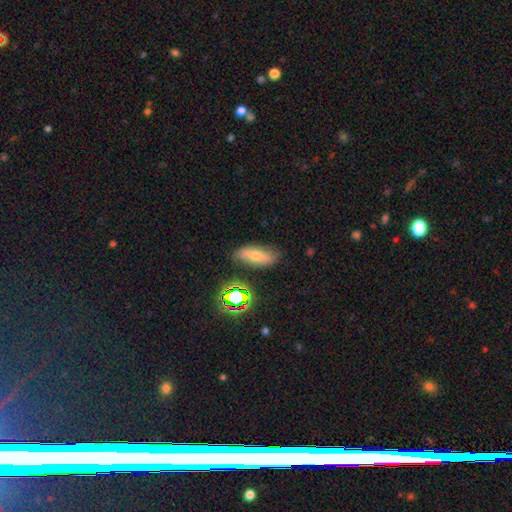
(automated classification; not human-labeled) Q: Smooth or featured?
A: smooth (50%); runner-up: featured or disk (30%)
Q: Merging?
A: none (80%); runner-up: minor disturbance (14%)